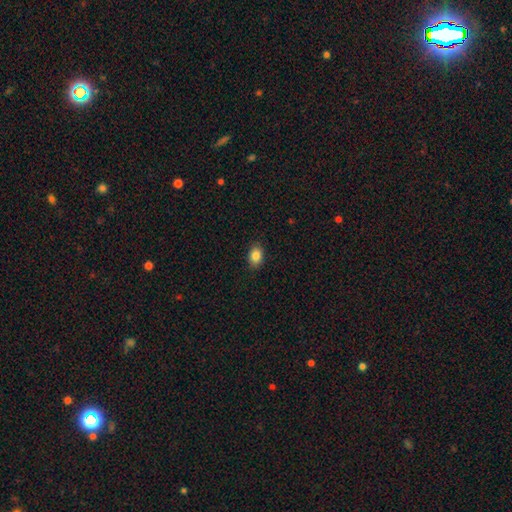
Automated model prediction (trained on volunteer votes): Q: Smooth or featured?
A: smooth (85%); runner-up: star or artifact (9%)
Q: How rounded?
A: in between (76%); runner-up: round (22%)
Q: Merging?
A: none (88%); runner-up: minor disturbance (9%)